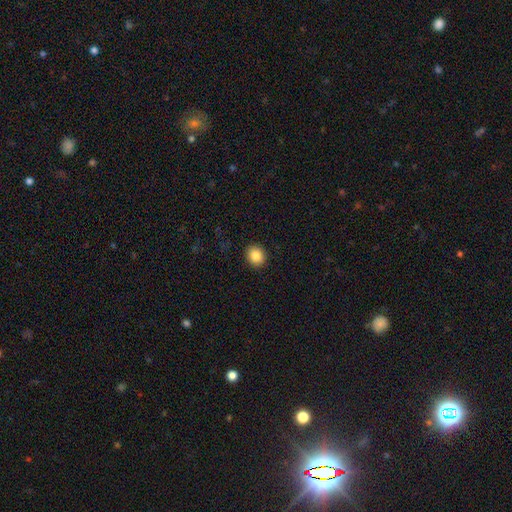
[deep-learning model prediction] A smooth galaxy with no disk features (86%) that is round (77%).

Vote fractions:
- Smooth or featured? smooth: 86% / star or artifact: 9% / featured or disk: 5%
- How rounded? round: 77% / in between: 22% / cigar-shaped: 1%
- Merging? none: 92% / minor disturbance: 6% / major disturbance: 2% / merger: 1%